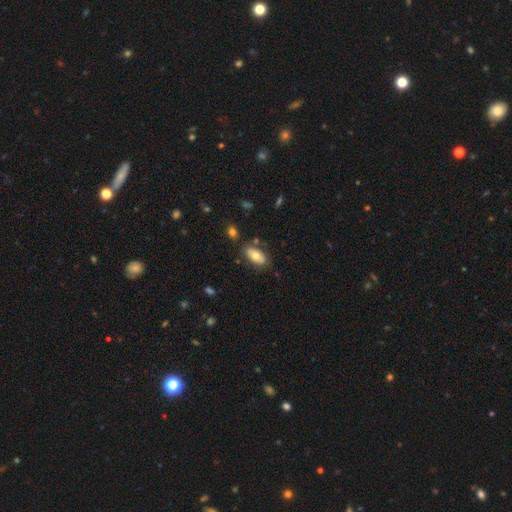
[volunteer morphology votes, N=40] smooth_or_featured: smooth (p=0.68) [alt: featured or disk p=0.28]
how_rounded: in between (p=0.96) [alt: round p=0.04]
merging: none (p=0.79) [alt: minor disturbance p=0.18]